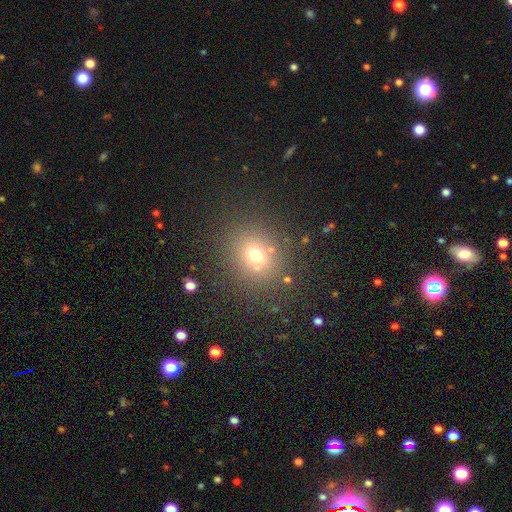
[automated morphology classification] The model was most divided on "smooth or featured": smooth: 69%, star or artifact: 20%, featured or disk: 11%. More confident: merging — none (82%); how rounded — round (77%).